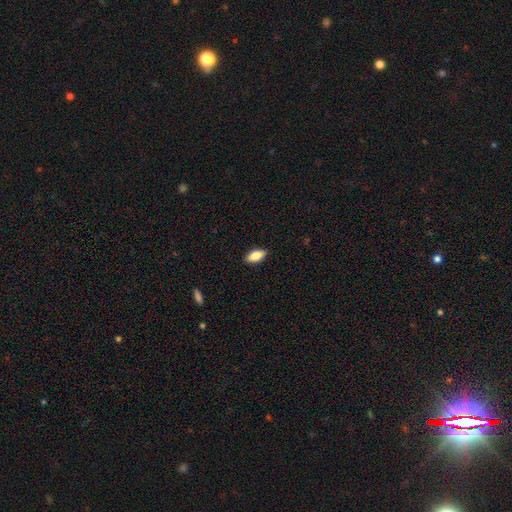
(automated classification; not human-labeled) Q: Smooth or featured?
A: smooth (78%); runner-up: featured or disk (15%)
Q: How rounded?
A: in between (87%); runner-up: cigar-shaped (11%)
Q: Merging?
A: none (88%); runner-up: minor disturbance (9%)